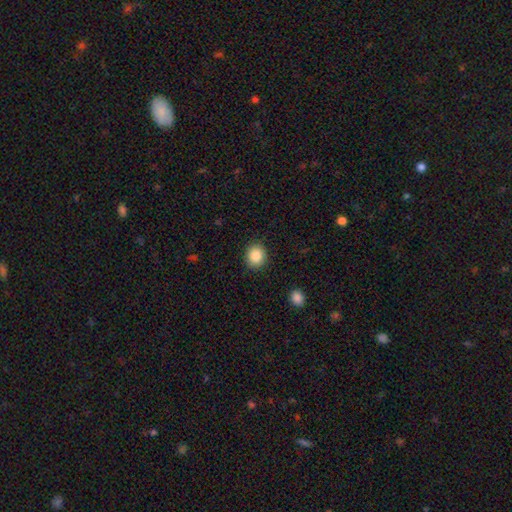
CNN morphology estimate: Overall: smooth (85%). How rounded: round (82%). Merging: none (90%).